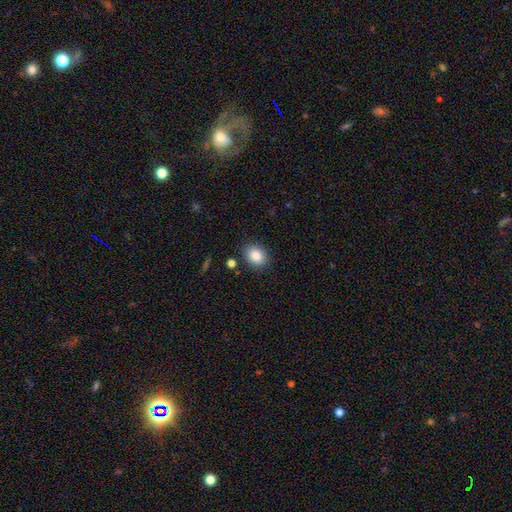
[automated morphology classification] Smooth or featured? Predicted: smooth (p=0.86). How rounded? Predicted: in between (p=0.56). Merging? Predicted: none (p=0.85).